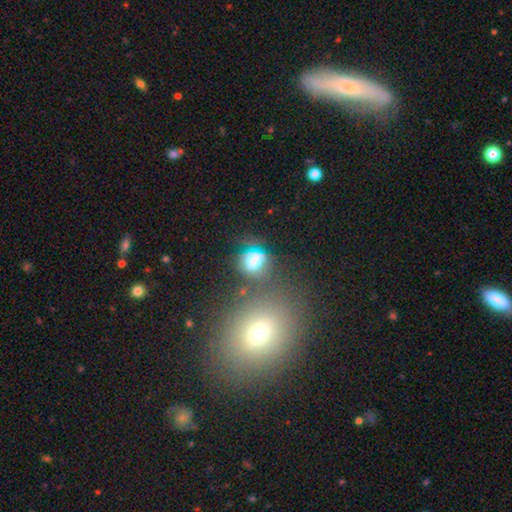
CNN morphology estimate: A smooth galaxy with no disk features (55%) that is in between round and cigar-shaped (51%).

Vote fractions:
- Smooth or featured? smooth: 55% / star or artifact: 24% / featured or disk: 21%
- How rounded? in between: 51% / round: 46% / cigar-shaped: 3%
- Merging? none: 51% / minor disturbance: 19% / major disturbance: 16% / merger: 14%